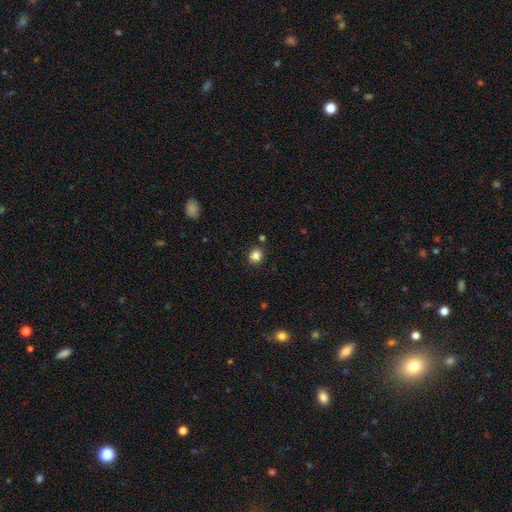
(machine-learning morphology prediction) Smooth or featured? smooth (84%)
How rounded? round (82%)
Merging? none (87%)